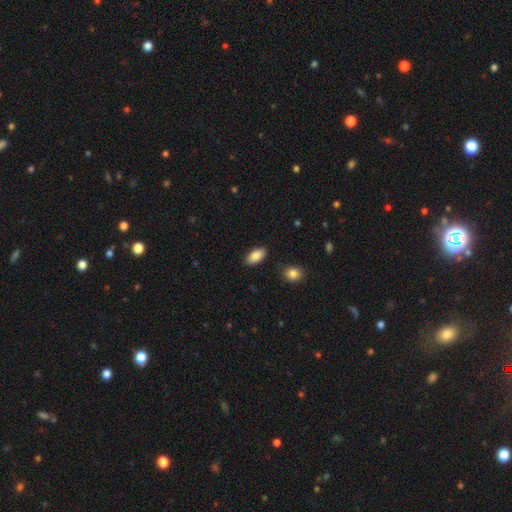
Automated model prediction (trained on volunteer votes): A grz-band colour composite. It shows a smooth galaxy with no disk features (88%) that is in between round and cigar-shaped (93%). Merging: none (87%).